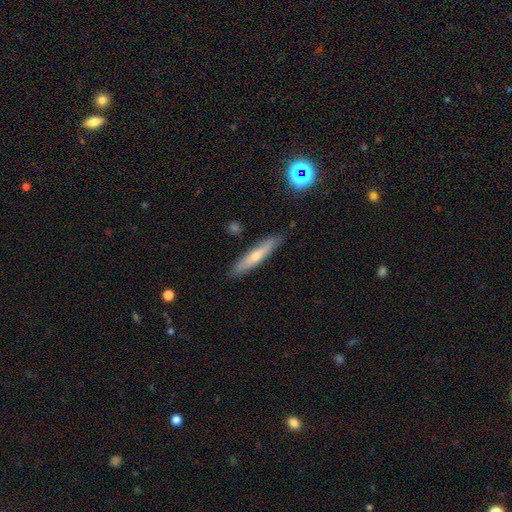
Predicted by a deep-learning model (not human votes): smooth-or-featured: smooth: 51% | featured or disk: 42% | star or artifact: 8%
  how-rounded: cigar-shaped: 89% | in between: 9% | round: 2%
  merging: none: 87% | minor disturbance: 10% | major disturbance: 2% | merger: 2%